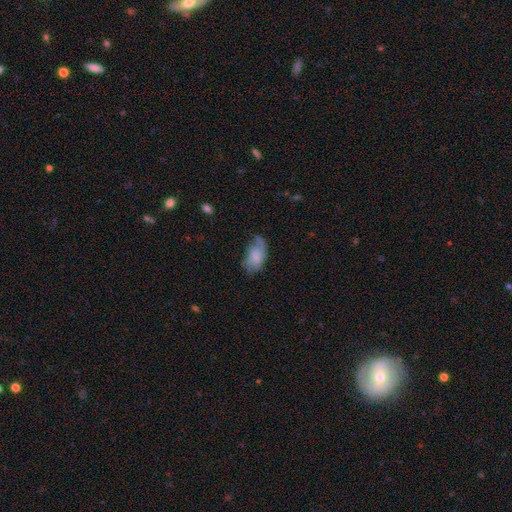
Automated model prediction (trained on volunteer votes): Smooth or featured?
  - smooth: 61% *
  - featured or disk: 30%
  - star or artifact: 8%
How rounded?
  - in between: 92% *
  - round: 6%
  - cigar-shaped: 2%
Merging?
  - none: 38% *
  - minor disturbance: 34%
  - major disturbance: 25%
  - merger: 3%